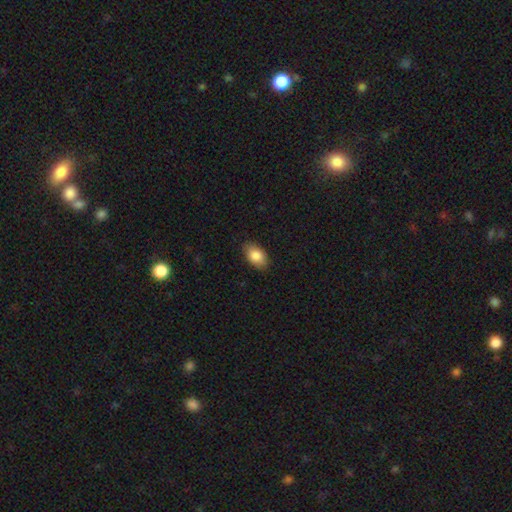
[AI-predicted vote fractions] smooth_or_featured: smooth (p=0.86) [alt: featured or disk p=0.08]
how_rounded: in between (p=0.90) [alt: round p=0.08]
merging: none (p=0.84) [alt: minor disturbance p=0.12]